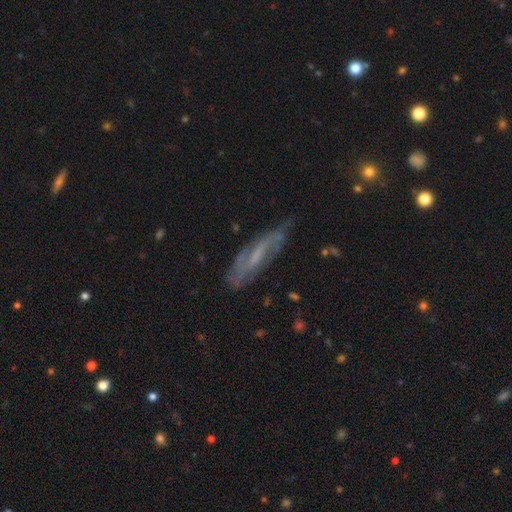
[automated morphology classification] Smooth or featured?
  - featured or disk: 69% *
  - smooth: 23%
  - star or artifact: 8%
Edge-on disk?
  - no: 73% *
  - yes: 27%
Bar?
  - weak: 44% *
  - strong: 30%
  - no: 26%
Spiral arms?
  - yes: 81% *
  - no: 19%
Bulge size?
  - small: 42% *
  - none: 30%
  - moderate: 24%
  - large: 3%
  - dominant: 1%
Merging?
  - none: 65% *
  - minor disturbance: 23%
  - major disturbance: 9%
  - merger: 2%